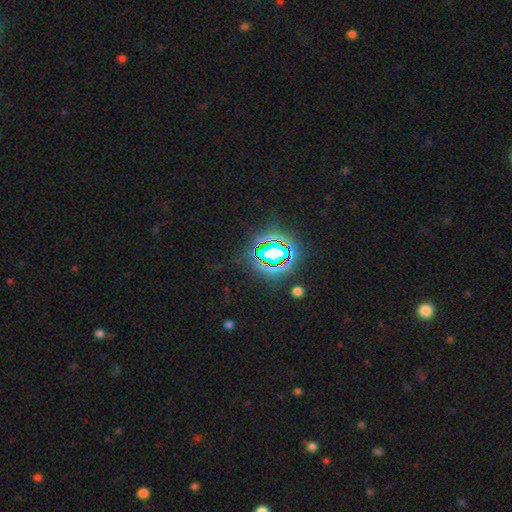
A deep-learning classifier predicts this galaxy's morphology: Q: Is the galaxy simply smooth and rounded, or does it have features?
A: star or artifact — 78%.